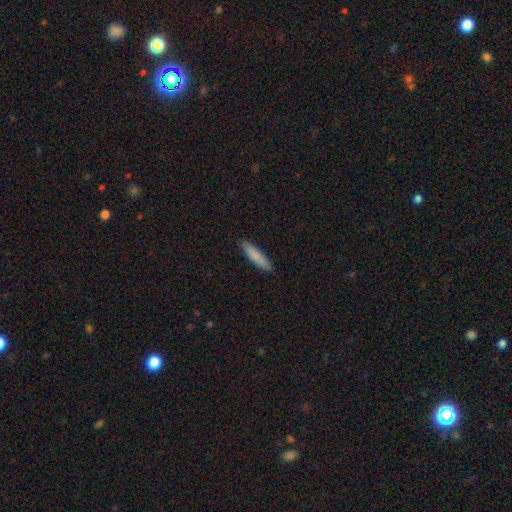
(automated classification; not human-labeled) smooth_or_featured: smooth (p=0.83) [alt: featured or disk p=0.12]
how_rounded: cigar-shaped (p=0.84) [alt: in between p=0.15]
merging: none (p=0.90) [alt: minor disturbance p=0.08]